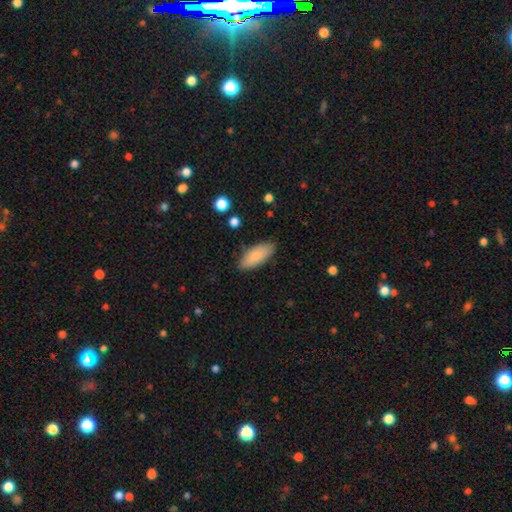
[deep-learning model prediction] Smooth or featured? Predicted: smooth (p=0.85). How rounded? Predicted: in between (p=0.81). Merging? Predicted: none (p=0.83).